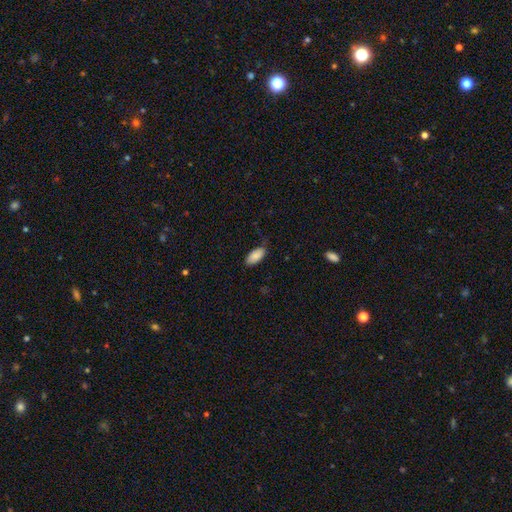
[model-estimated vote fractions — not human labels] Morphology: type=smooth (88%); roundness=in between (93%); merging=none (73%).